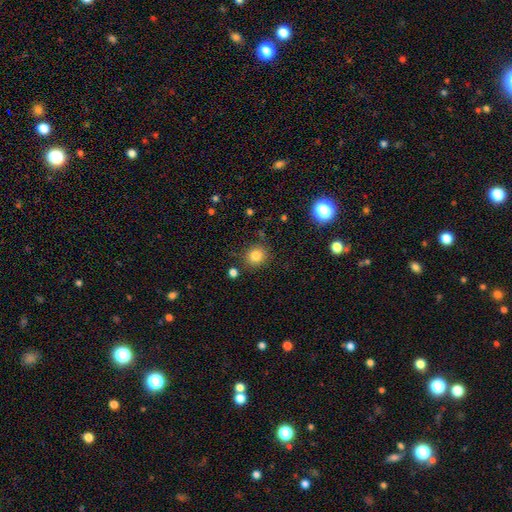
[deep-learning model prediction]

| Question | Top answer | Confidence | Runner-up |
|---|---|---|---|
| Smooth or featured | smooth | 81% | star or artifact (13%) |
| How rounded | round | 82% | in between (17%) |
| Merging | none | 85% | minor disturbance (9%) |